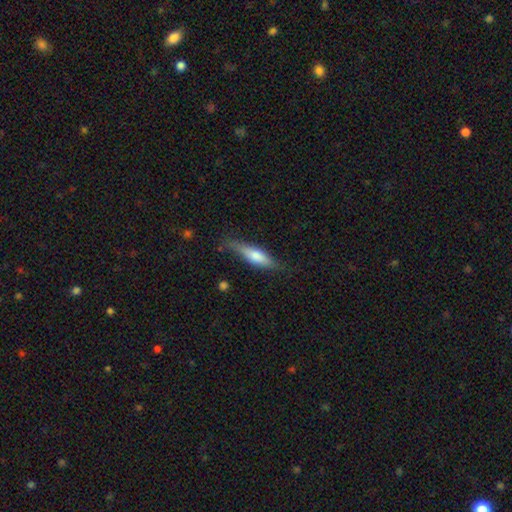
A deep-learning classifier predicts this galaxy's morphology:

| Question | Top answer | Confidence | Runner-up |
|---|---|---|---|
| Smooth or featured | smooth | 59% | featured or disk (35%) |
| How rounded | cigar-shaped | 68% | in between (30%) |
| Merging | none | 70% | minor disturbance (22%) |